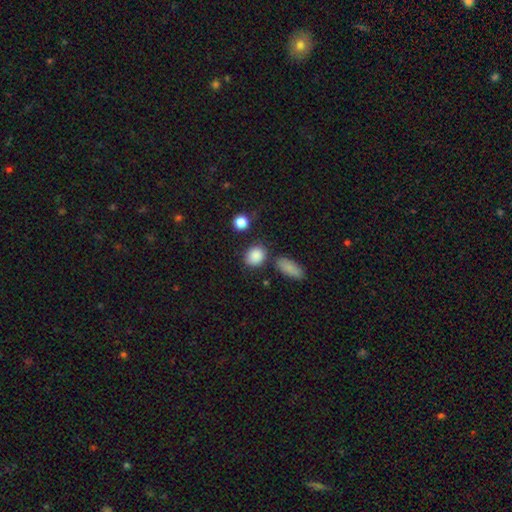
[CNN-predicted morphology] type=smooth (87%); roundness=round (54%); merging=none (75%).